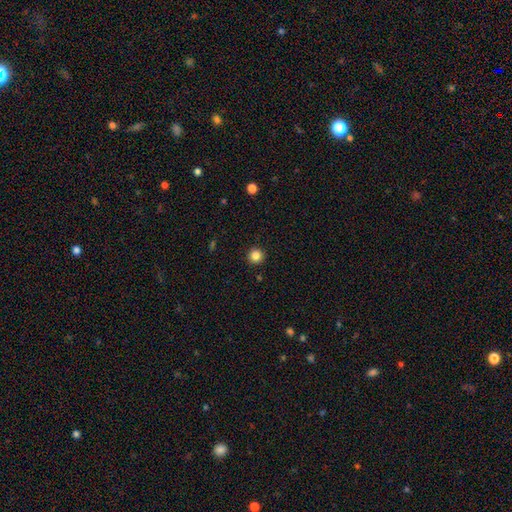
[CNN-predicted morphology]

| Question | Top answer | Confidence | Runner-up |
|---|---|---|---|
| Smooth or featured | smooth | 84% | star or artifact (12%) |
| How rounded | round | 96% | in between (3%) |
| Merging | none | 93% | minor disturbance (4%) |